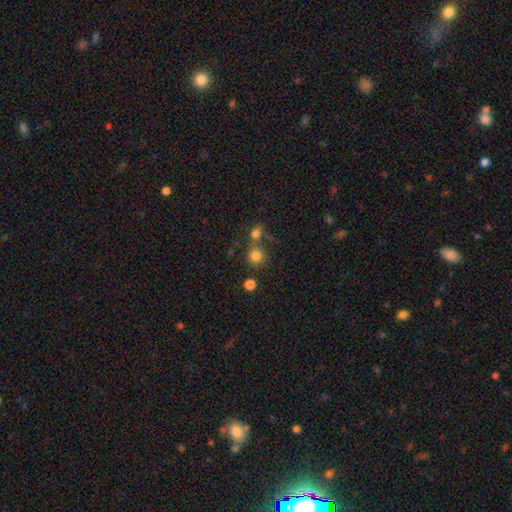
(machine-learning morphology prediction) Smooth or featured: smooth — 78% (star or artifact — 15%)
How rounded: round — 88% (in between — 11%)
Merging: none — 60% (merger — 28%)